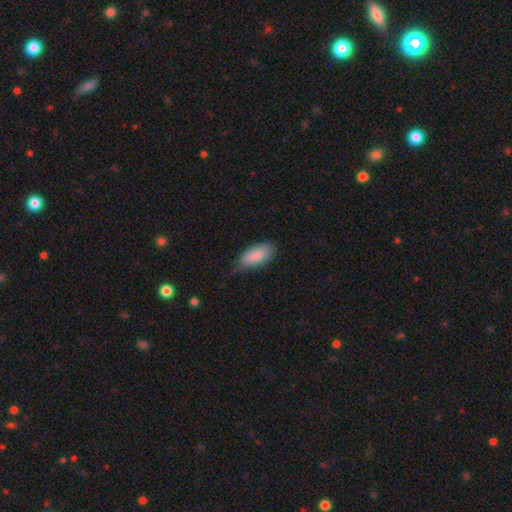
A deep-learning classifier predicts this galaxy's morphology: smooth-or-featured: smooth: 87% | featured or disk: 7% | star or artifact: 6%
  how-rounded: in between: 88% | cigar-shaped: 10% | round: 2%
  merging: none: 61% | minor disturbance: 32% | major disturbance: 6% | merger: 1%